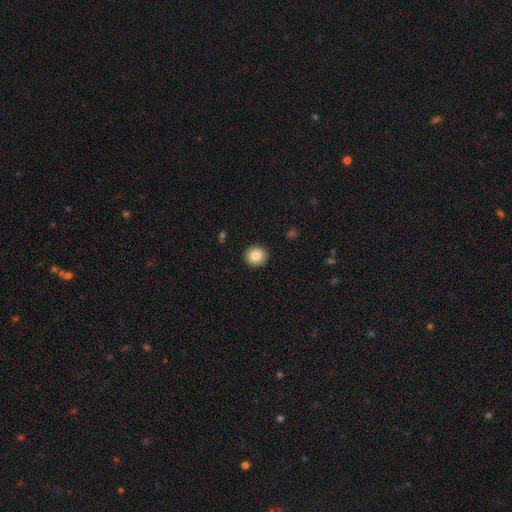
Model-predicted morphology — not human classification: smooth 84%, star or artifact 9%, featured or disk 7%. Down the decision tree: how rounded — round (91%); merging — none (92%).